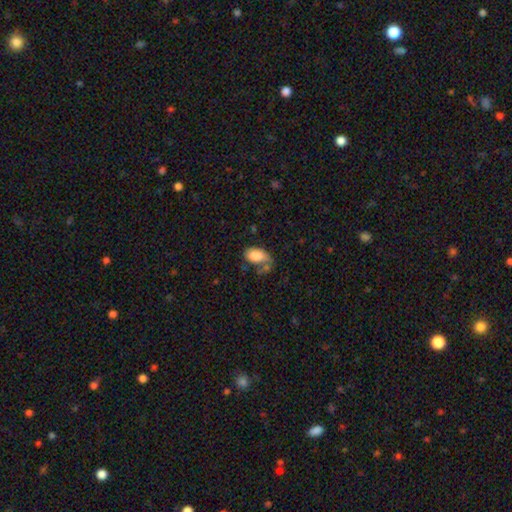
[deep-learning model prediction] Q: Smooth or featured?
A: smooth (81%); runner-up: featured or disk (12%)
Q: How rounded?
A: in between (92%); runner-up: round (6%)
Q: Merging?
A: none (38%); runner-up: minor disturbance (25%)